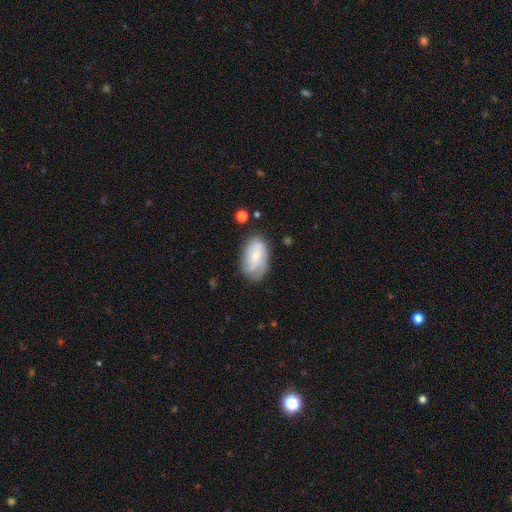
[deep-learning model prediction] Morphology: type=smooth (49%); merging=none (64%).